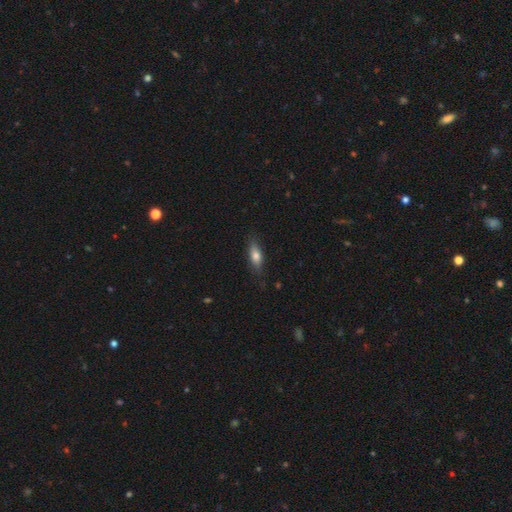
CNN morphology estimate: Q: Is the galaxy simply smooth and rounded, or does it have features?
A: smooth — 74%.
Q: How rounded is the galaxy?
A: in between — 67%.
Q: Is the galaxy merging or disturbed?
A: none — 79%.